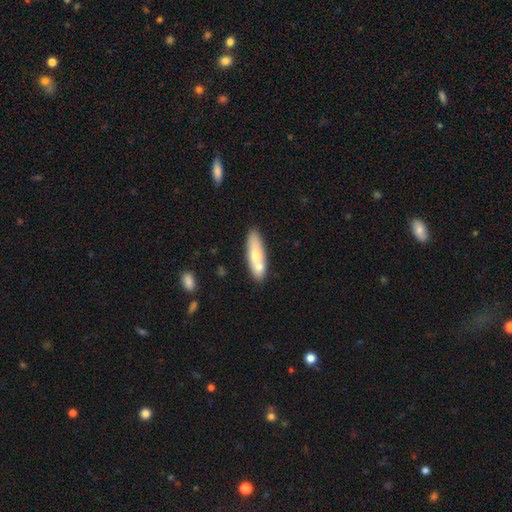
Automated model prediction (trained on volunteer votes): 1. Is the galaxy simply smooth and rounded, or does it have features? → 66% smooth, 28% featured or disk, 6% star or artifact.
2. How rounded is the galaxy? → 59% cigar-shaped, 39% in between, 2% round.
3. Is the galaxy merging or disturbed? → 59% none, 23% merger, 14% minor disturbance, 4% major disturbance.